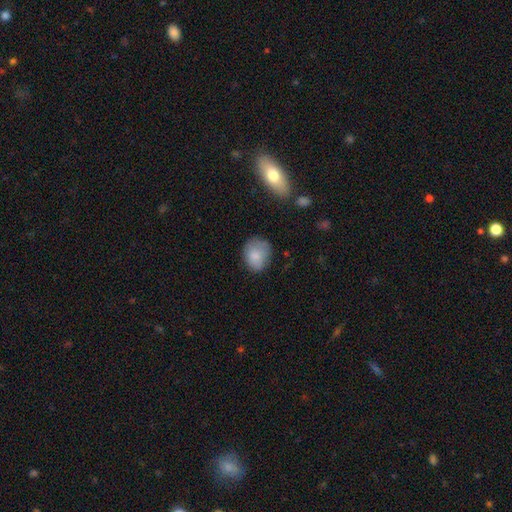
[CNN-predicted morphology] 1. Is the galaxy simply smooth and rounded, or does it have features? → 83% smooth, 9% featured or disk, 8% star or artifact.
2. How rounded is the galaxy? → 53% round, 46% in between, 1% cigar-shaped.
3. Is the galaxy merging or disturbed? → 64% none, 26% minor disturbance, 8% major disturbance, 2% merger.